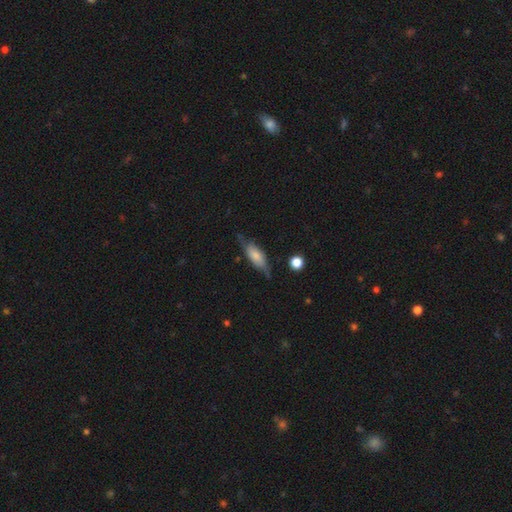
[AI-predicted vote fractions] Smooth or featured? smooth (60%)
How rounded? in between (67%)
Merging? none (58%)